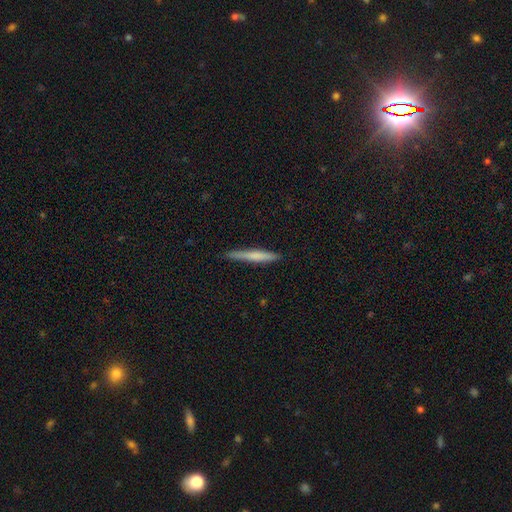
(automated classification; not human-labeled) Q: Smooth or featured?
A: smooth (63%); runner-up: featured or disk (31%)
Q: How rounded?
A: cigar-shaped (96%); runner-up: in between (3%)
Q: Merging?
A: none (87%); runner-up: minor disturbance (10%)